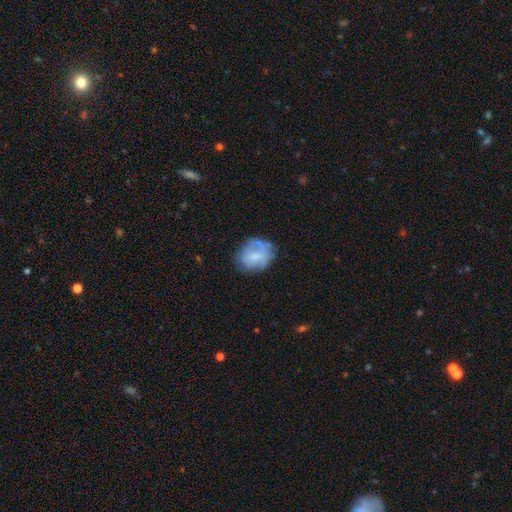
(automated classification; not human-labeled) smooth_or_featured: smooth (p=0.52) [alt: featured or disk p=0.40]
how_rounded: round (p=0.60) [alt: in between p=0.39]
merging: none (p=0.57) [alt: minor disturbance p=0.27]